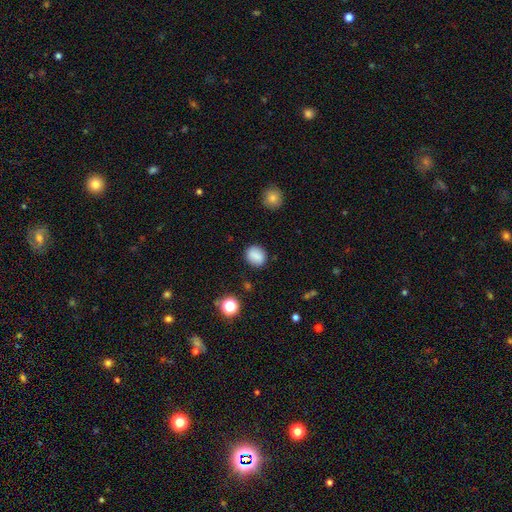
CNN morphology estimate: This is clearly a smooth galaxy (85%). How rounded: possibly round (60%). Merging: clearly none (84%).